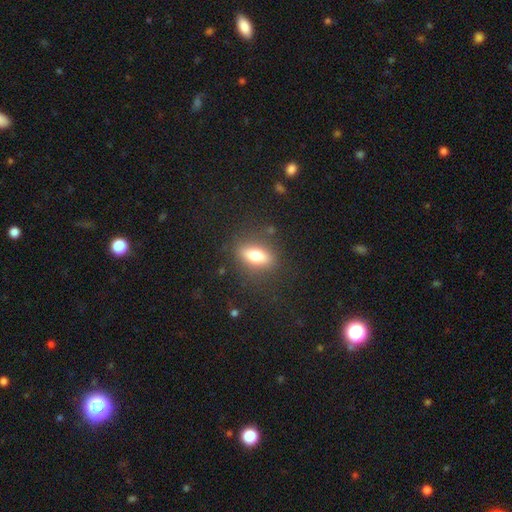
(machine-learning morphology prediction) type=smooth (70%); roundness=in between (75%); merging=none (82%).